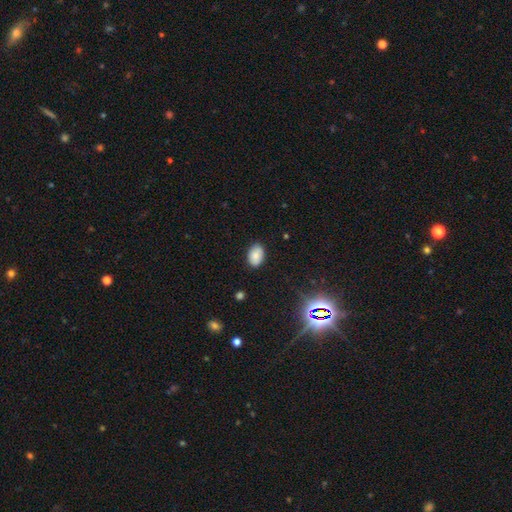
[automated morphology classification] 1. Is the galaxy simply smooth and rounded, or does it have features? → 81% smooth, 10% star or artifact, 9% featured or disk.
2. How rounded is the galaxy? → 88% in between, 11% round, 1% cigar-shaped.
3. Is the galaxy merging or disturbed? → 84% none, 12% minor disturbance, 2% major disturbance, 1% merger.